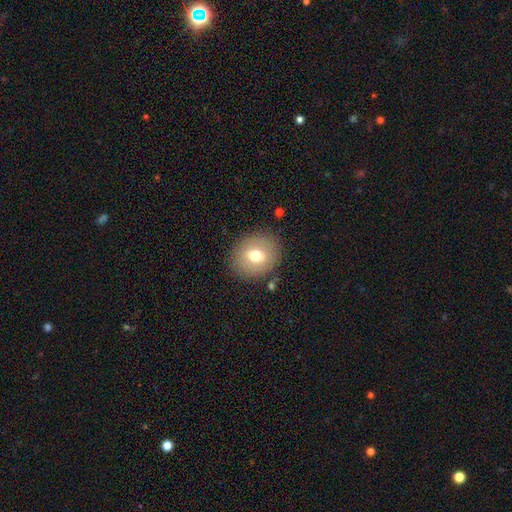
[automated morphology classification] Q: Smooth or featured?
A: smooth (66%); runner-up: featured or disk (25%)
Q: How rounded?
A: round (65%); runner-up: in between (34%)
Q: Merging?
A: none (85%); runner-up: minor disturbance (10%)